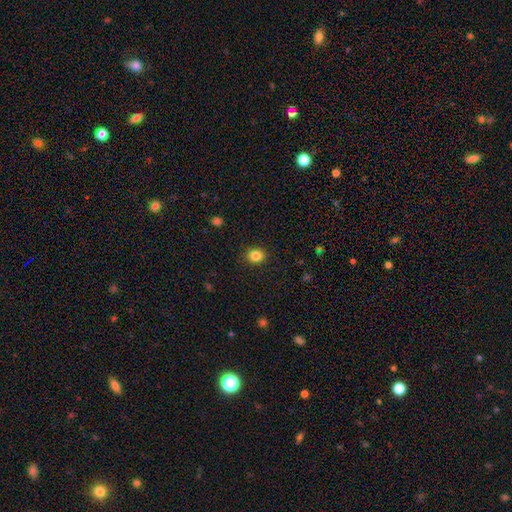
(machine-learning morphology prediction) Smooth or featured: smooth — 85% (star or artifact — 11%)
How rounded: round — 72% (in between — 27%)
Merging: none — 90% (minor disturbance — 7%)